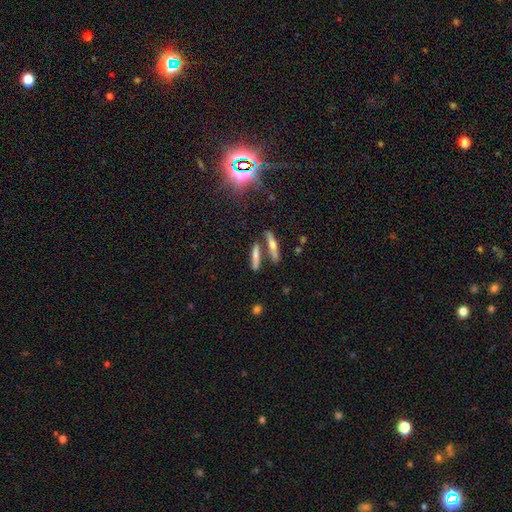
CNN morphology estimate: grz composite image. It shows a smooth galaxy with no disk features (55%) that is cigar-shaped (82%). Merging: none (65%).